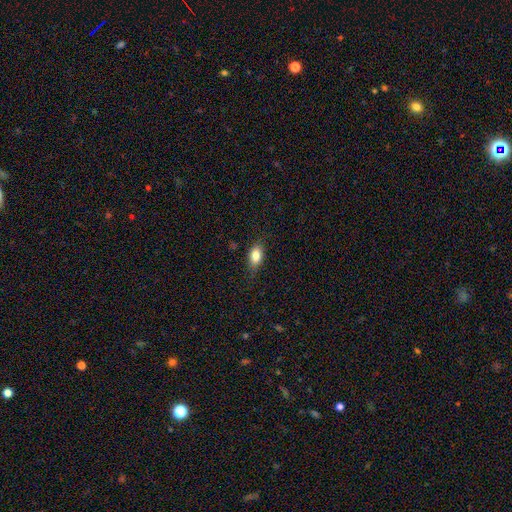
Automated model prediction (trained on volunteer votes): This appears to be a smooth galaxy with no disk features (82%) that is in between round and cigar-shaped (84%). Merging: none (79%).